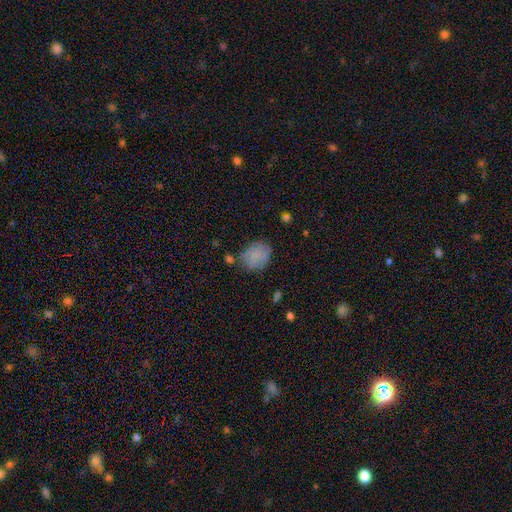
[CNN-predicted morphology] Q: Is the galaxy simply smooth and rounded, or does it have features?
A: smooth — 74%.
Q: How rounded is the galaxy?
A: in between — 52%.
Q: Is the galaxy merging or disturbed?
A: none — 64%.